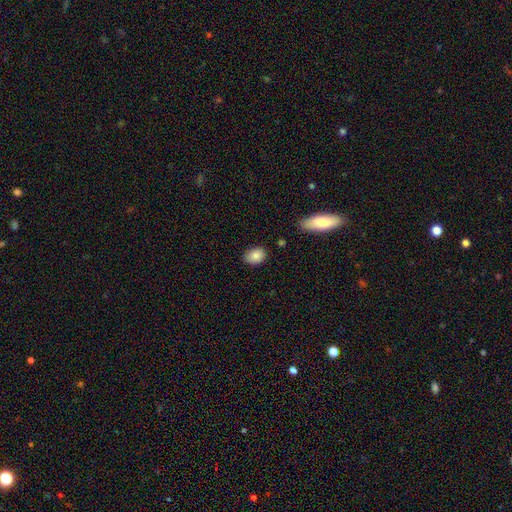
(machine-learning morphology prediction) smooth-or-featured: smooth: 85% | star or artifact: 8% | featured or disk: 7%
  how-rounded: in between: 76% | round: 23% | cigar-shaped: 1%
  merging: none: 82% | minor disturbance: 13% | major disturbance: 3% | merger: 2%